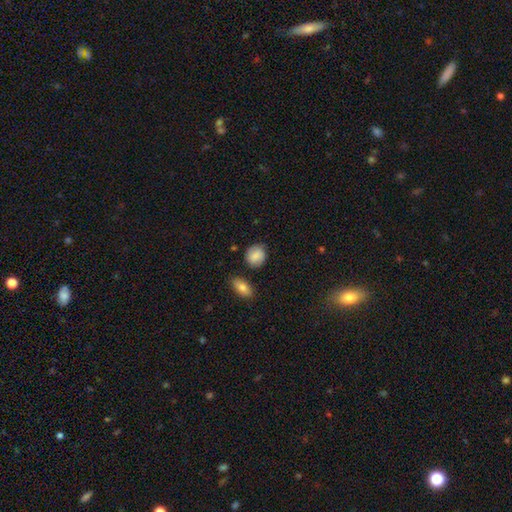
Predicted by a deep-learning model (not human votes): A smooth galaxy with no disk features (83%) that is round (73%). Merging: none (77%).